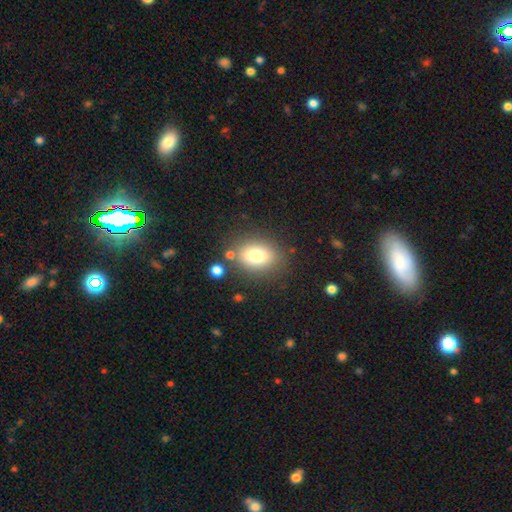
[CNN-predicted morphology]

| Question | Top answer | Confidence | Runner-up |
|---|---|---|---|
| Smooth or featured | smooth | 77% | featured or disk (11%) |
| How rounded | in between | 65% | round (33%) |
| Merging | none | 78% | minor disturbance (11%) |